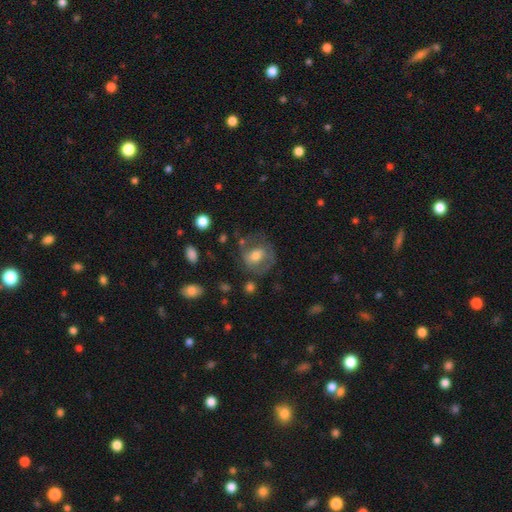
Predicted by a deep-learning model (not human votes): Smooth or featured? smooth (48%)
Merging? none (59%)